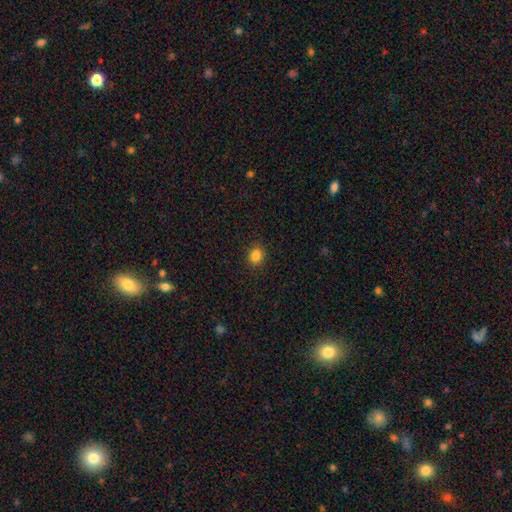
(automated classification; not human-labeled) smooth 85%, star or artifact 11%, featured or disk 4%. Down the decision tree: how rounded — round (73%); merging — none (90%).